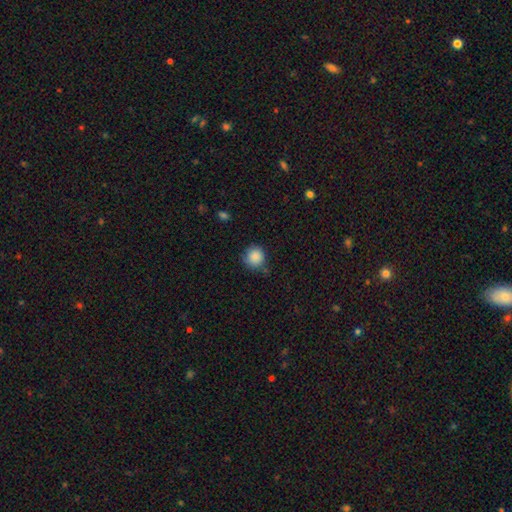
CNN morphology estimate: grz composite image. It shows a smooth galaxy with no disk features (87%) that is round (92%). Merging: none (75%).